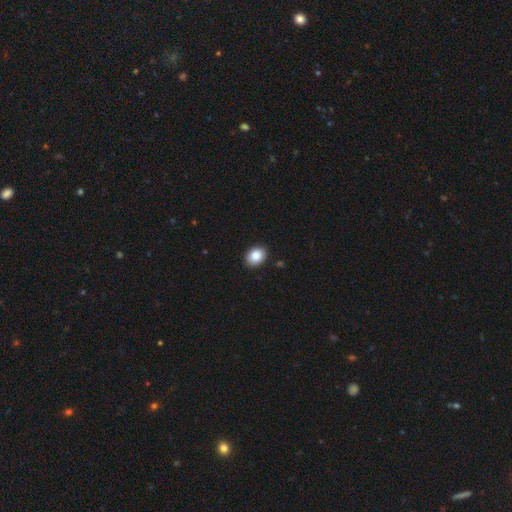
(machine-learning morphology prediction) smooth 86%, star or artifact 8%, featured or disk 6%. Down the decision tree: how rounded — in between (69%); merging — none (90%).